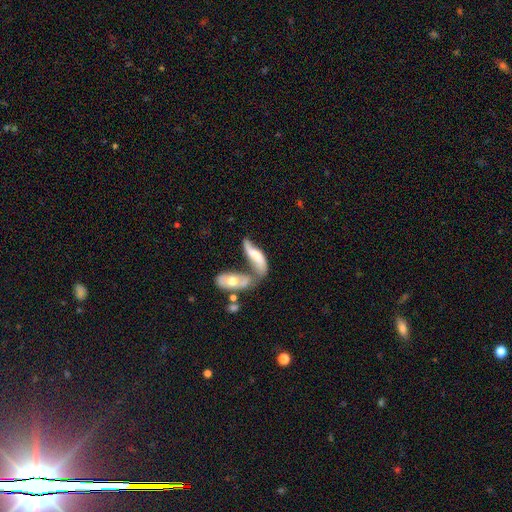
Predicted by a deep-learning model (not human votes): This is possibly a featured or disk galaxy (56%). It is likely not viewed edge-on (79%). Merging: possibly merger (56%).